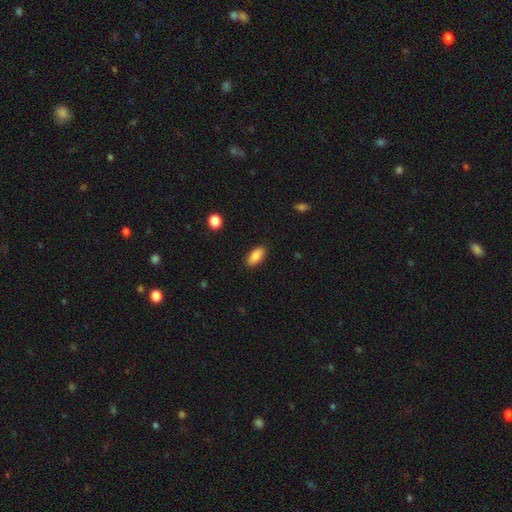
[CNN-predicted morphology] The model was most divided on "merging": none: 88%, minor disturbance: 9%, major disturbance: 2%, merger: 1%. More confident: how rounded — in between (89%); smooth or featured — smooth (86%).